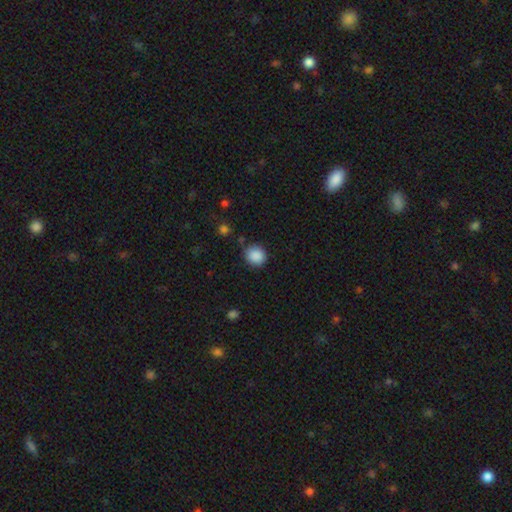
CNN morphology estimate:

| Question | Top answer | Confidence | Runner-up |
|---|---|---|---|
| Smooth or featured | smooth | 88% | star or artifact (9%) |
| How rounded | round | 82% | in between (17%) |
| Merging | none | 82% | minor disturbance (12%) |